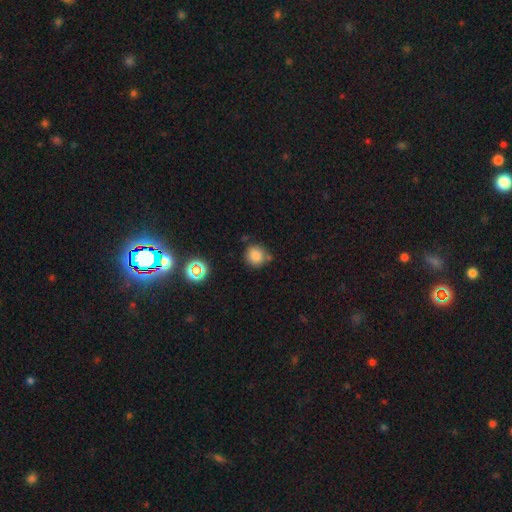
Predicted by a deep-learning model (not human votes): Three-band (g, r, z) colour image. It shows a smooth galaxy with no disk features (82%) that is round (89%). Merging: none (74%).